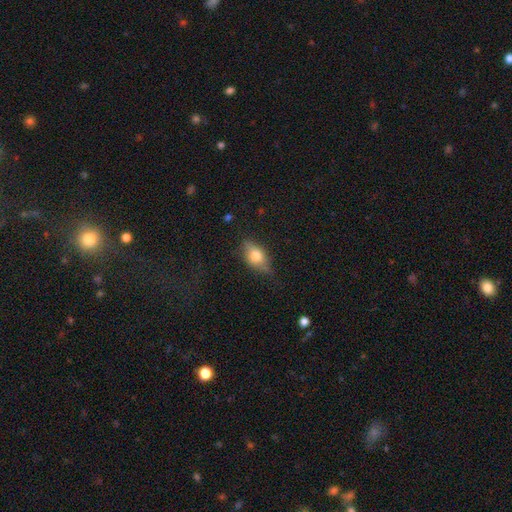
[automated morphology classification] Smooth or featured: smooth — 67% (featured or disk — 25%)
How rounded: in between — 83% (round — 9%)
Merging: none — 67% (minor disturbance — 25%)